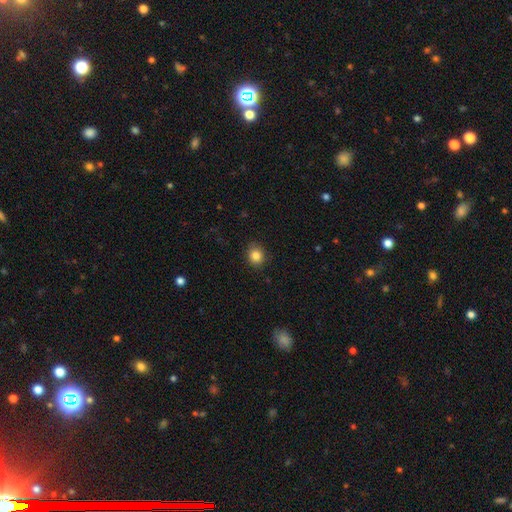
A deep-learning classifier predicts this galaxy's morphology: Smooth or featured?
  - smooth: 85% *
  - star or artifact: 10%
  - featured or disk: 5%
How rounded?
  - round: 73% *
  - in between: 26%
  - cigar-shaped: 1%
Merging?
  - none: 87% *
  - minor disturbance: 10%
  - major disturbance: 2%
  - merger: 1%